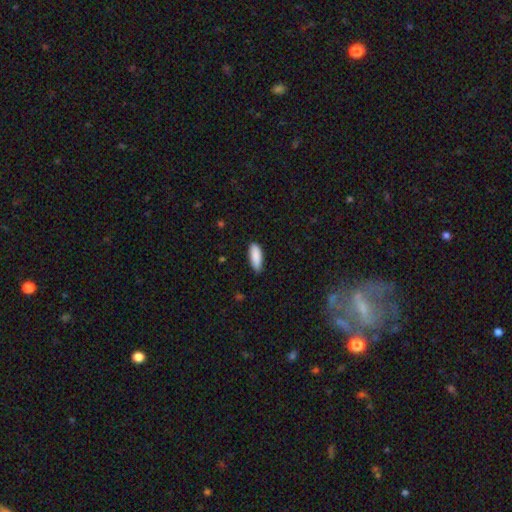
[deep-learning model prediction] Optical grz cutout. It shows a smooth galaxy with no disk features (89%) that is in between round and cigar-shaped (73%). Merging: none (78%).